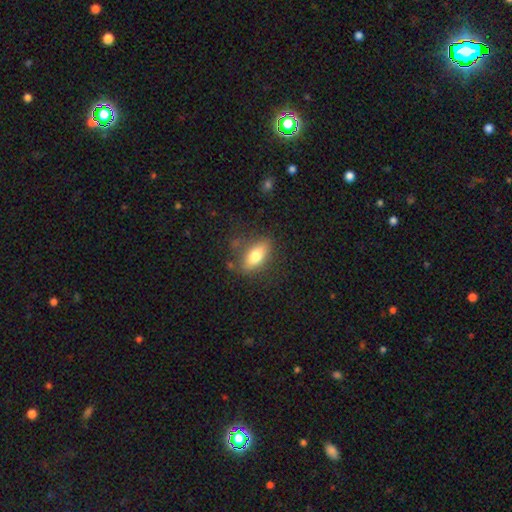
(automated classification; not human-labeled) A smooth galaxy with no disk features (71%) that is in between round and cigar-shaped (77%). Merging: none (78%).